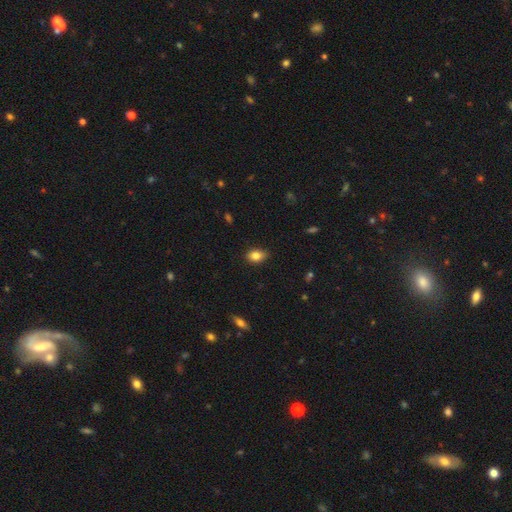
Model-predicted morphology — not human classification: Smooth or featured? smooth (85%)
How rounded? in between (80%)
Merging? none (83%)